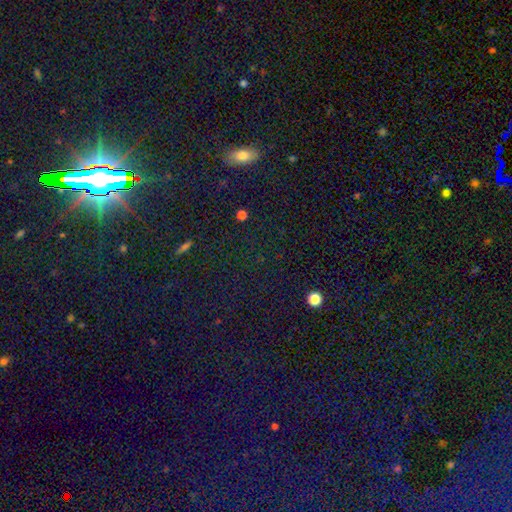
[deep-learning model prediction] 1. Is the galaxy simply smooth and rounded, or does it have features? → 75% star or artifact, 16% smooth, 9% featured or disk.